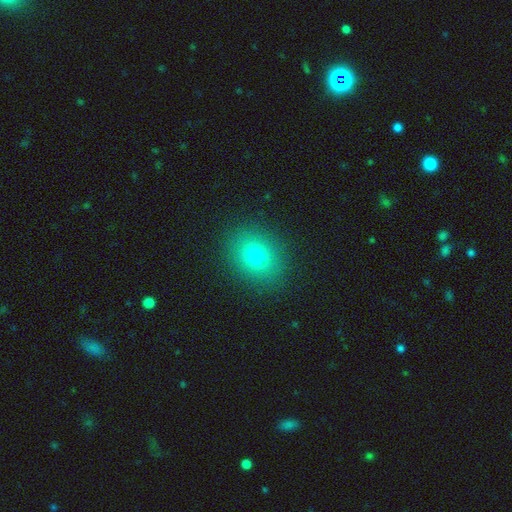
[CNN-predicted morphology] This appears to be a smooth galaxy with no disk features (74%) that is round (53%). Merging: none (88%).